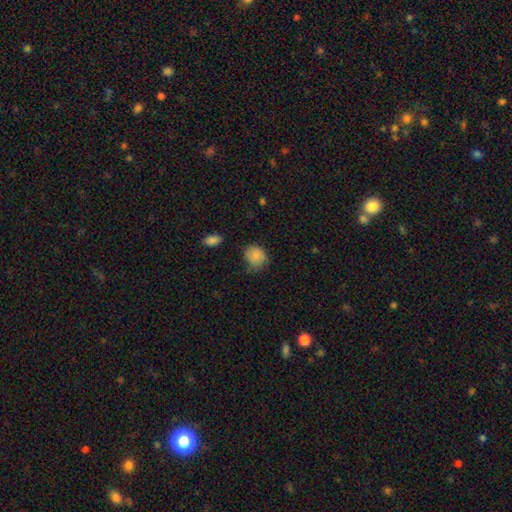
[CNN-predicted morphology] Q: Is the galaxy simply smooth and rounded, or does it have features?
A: smooth — 84%.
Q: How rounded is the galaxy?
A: round — 75%.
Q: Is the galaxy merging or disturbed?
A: none — 63%.